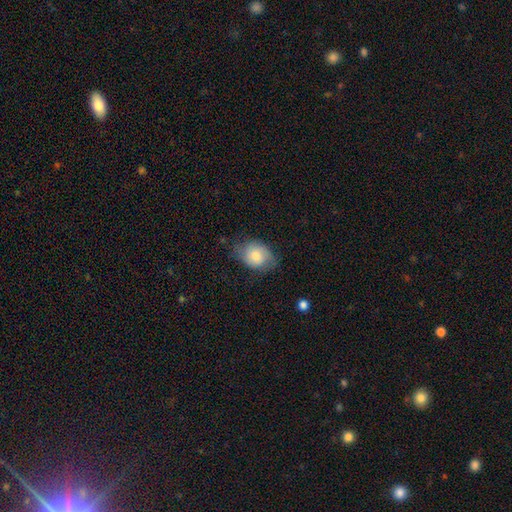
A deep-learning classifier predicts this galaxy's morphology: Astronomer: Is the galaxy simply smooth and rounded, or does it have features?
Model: smooth — 76%.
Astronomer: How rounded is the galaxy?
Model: in between — 63%.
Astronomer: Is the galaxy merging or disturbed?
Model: none — 60%.